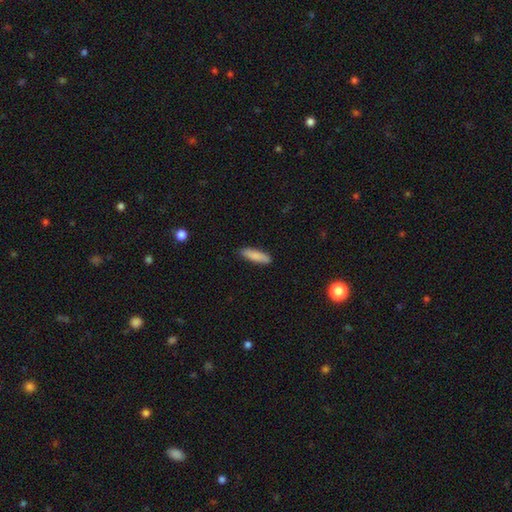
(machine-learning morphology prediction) The model was most divided on "how rounded": cigar-shaped: 65%, in between: 33%, round: 2%. More confident: merging — none (87%); smooth or featured — smooth (85%).